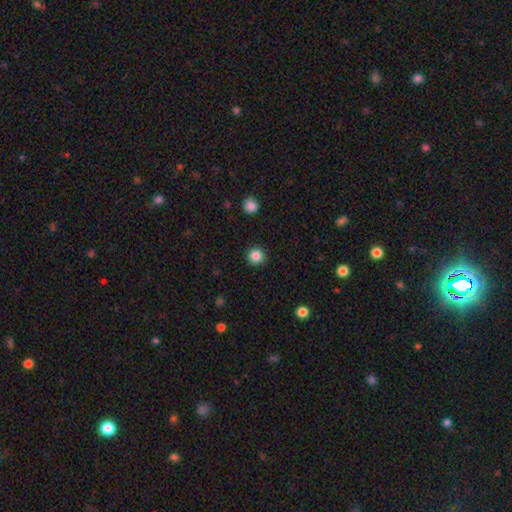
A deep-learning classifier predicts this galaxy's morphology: smooth 85%, star or artifact 11%, featured or disk 4%. Down the decision tree: how rounded — round (95%); merging — none (92%).